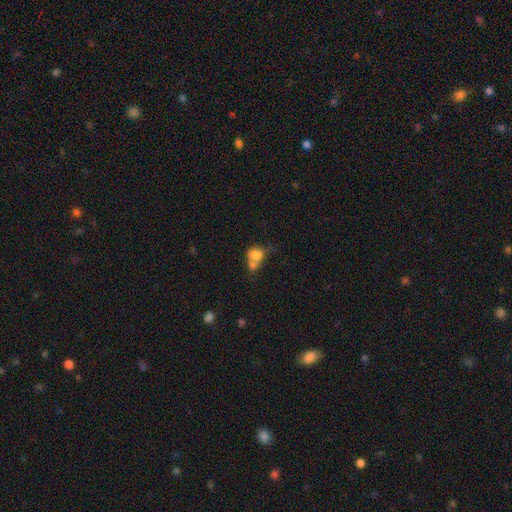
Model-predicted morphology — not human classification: Smooth or featured? Predicted: smooth (p=0.74). How rounded? Predicted: round (p=0.57). Merging? Predicted: merger (p=0.57).